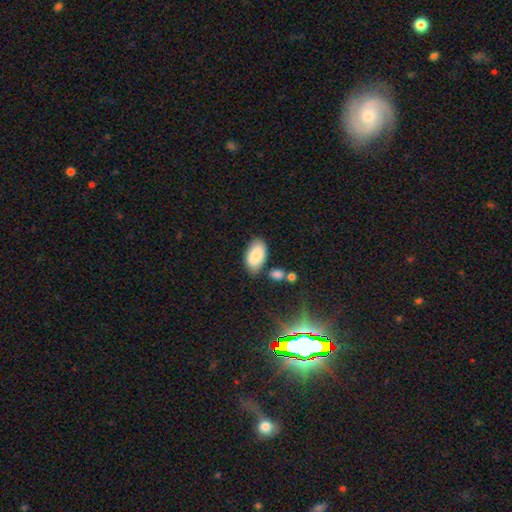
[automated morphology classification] smooth 85%, featured or disk 8%, star or artifact 7%. Down the decision tree: how rounded — in between (95%); merging — none (69%).